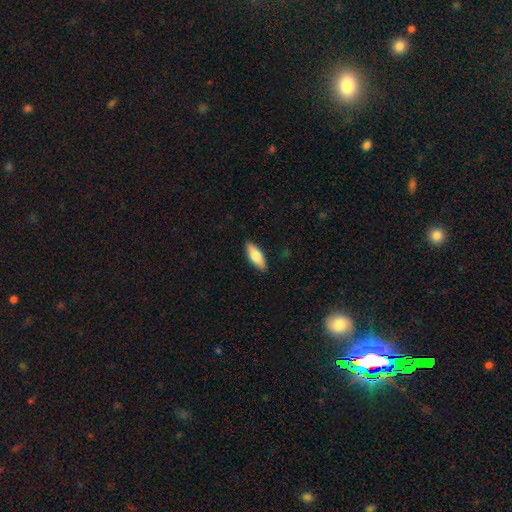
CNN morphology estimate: Smooth or featured? smooth (74%)
How rounded? in between (67%)
Merging? none (88%)